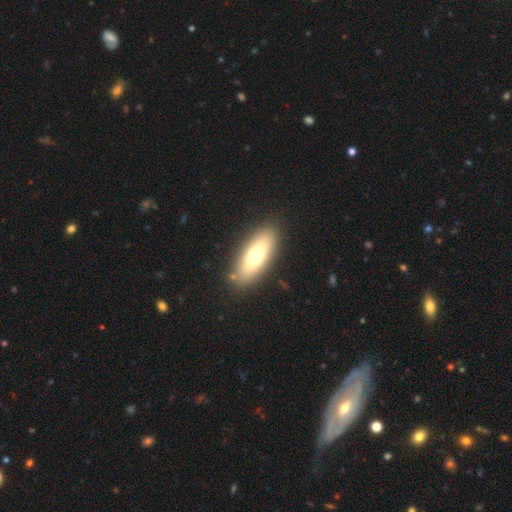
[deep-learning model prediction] Smooth or featured? smooth (70%)
How rounded? in between (68%)
Merging? none (84%)